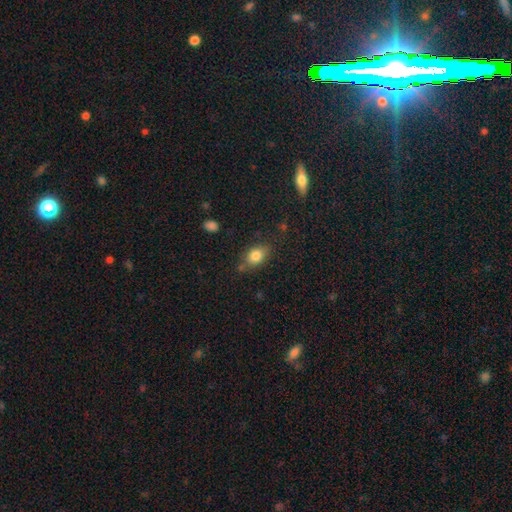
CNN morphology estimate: smooth_or_featured: smooth (p=0.82) [alt: featured or disk p=0.09]
how_rounded: in between (p=0.76) [alt: round p=0.22]
merging: none (p=0.71) [alt: minor disturbance p=0.18]